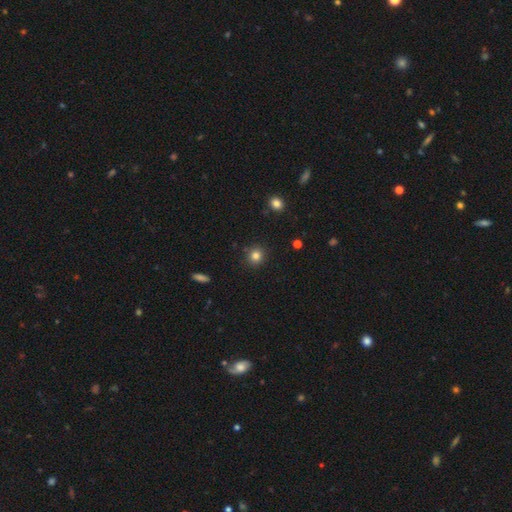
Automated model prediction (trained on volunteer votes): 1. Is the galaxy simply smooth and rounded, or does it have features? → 82% smooth, 12% star or artifact, 6% featured or disk.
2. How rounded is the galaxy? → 89% round, 10% in between, 1% cigar-shaped.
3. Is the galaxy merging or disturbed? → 89% none, 7% minor disturbance, 2% major disturbance, 2% merger.